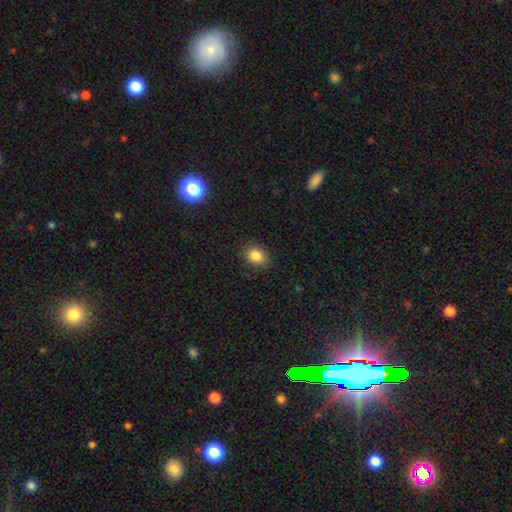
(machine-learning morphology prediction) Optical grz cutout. It shows a smooth galaxy with no disk features (84%) that is in between round and cigar-shaped (53%). Merging: none (87%).